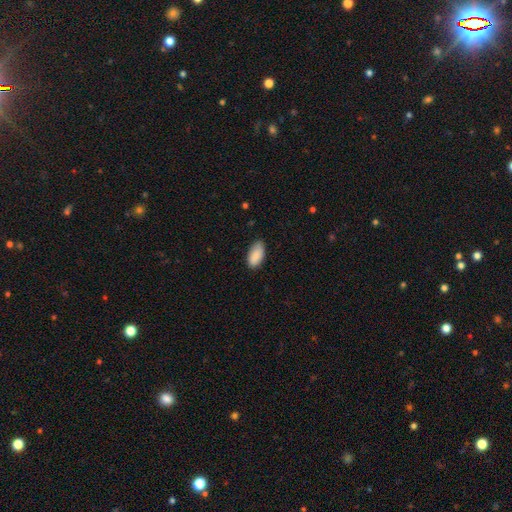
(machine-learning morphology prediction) This is clearly a smooth galaxy (89%). How rounded: clearly in between (93%). Merging: likely none (77%).